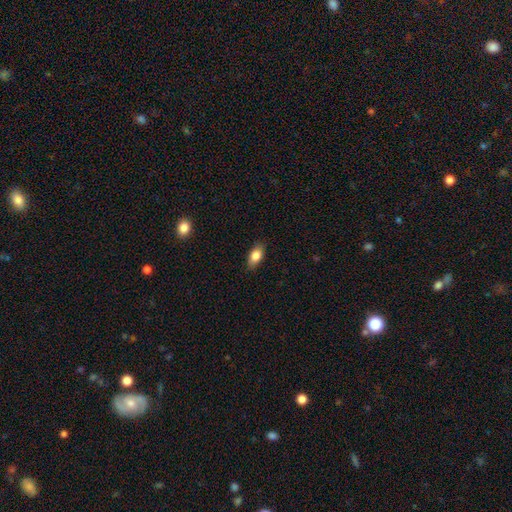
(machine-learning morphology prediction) Smooth or featured: smooth — 84% (featured or disk — 9%)
How rounded: in between — 89% (round — 6%)
Merging: none — 85% (minor disturbance — 12%)